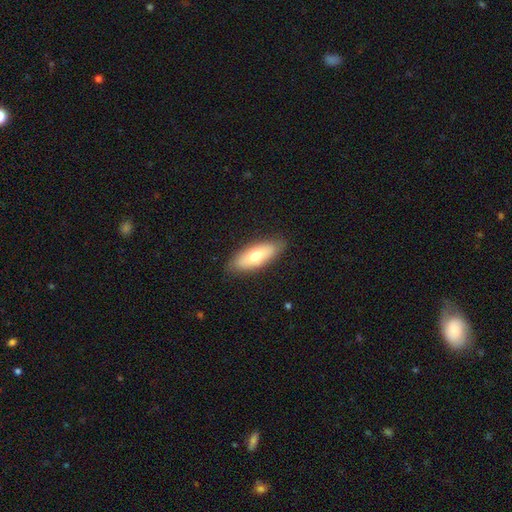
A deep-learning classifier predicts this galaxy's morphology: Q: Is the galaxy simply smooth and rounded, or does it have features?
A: smooth — 67%.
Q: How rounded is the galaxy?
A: in between — 72%.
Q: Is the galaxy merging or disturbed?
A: none — 86%.